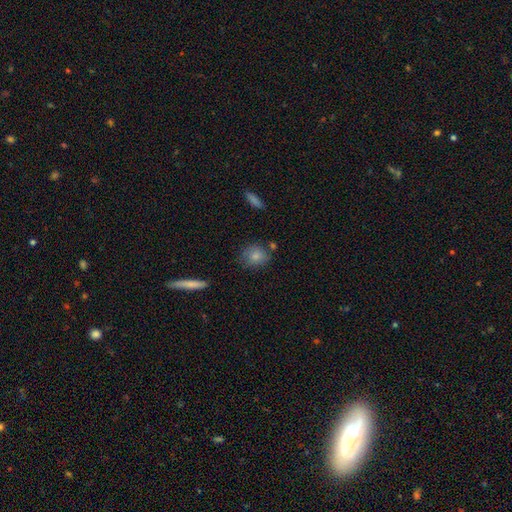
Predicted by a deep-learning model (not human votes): This is clearly a smooth galaxy (81%). How rounded: likely round (70%). Merging: likely none (72%).